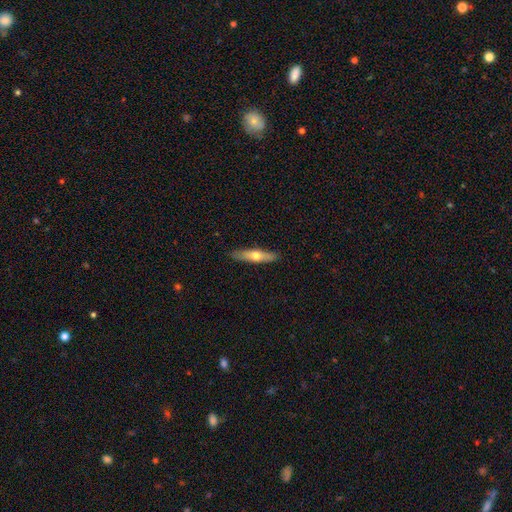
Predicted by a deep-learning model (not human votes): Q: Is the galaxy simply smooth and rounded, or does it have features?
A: smooth — 51%.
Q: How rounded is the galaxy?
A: cigar-shaped — 76%.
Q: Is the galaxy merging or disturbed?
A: none — 88%.